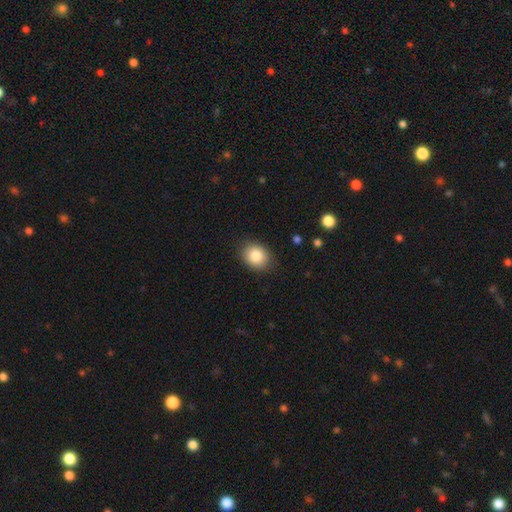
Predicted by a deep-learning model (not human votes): Q: Smooth or featured?
A: smooth (85%); runner-up: star or artifact (8%)
Q: How rounded?
A: in between (50%); runner-up: round (49%)
Q: Merging?
A: none (86%); runner-up: minor disturbance (10%)